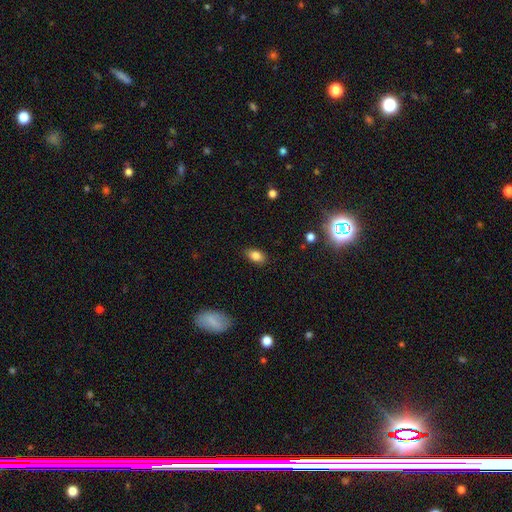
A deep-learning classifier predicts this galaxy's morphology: smooth-or-featured: smooth: 83% | star or artifact: 10% | featured or disk: 7%
  how-rounded: in between: 87% | round: 11% | cigar-shaped: 2%
  merging: none: 84% | minor disturbance: 12% | major disturbance: 3% | merger: 1%